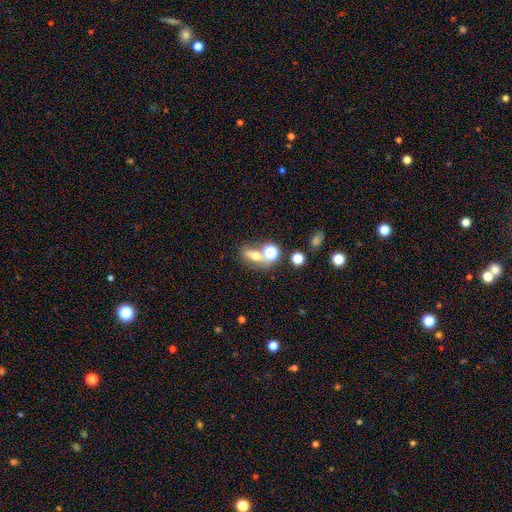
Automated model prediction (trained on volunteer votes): This is possibly a smooth galaxy (55%). How rounded: possibly in between (59%). Merging: possibly none (46%).